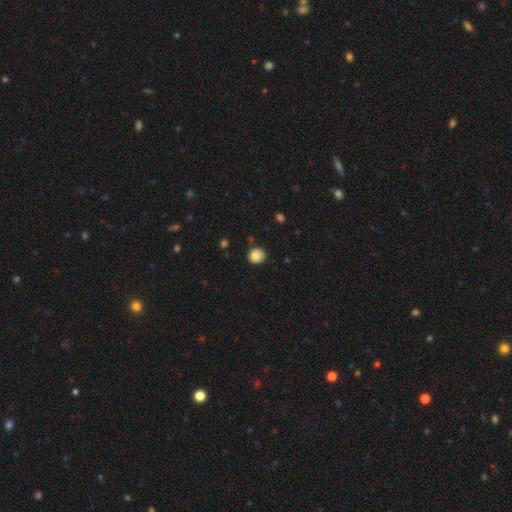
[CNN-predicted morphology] Smooth or featured: smooth — 81% (star or artifact — 9%)
How rounded: round — 85% (in between — 14%)
Merging: none — 77% (minor disturbance — 17%)